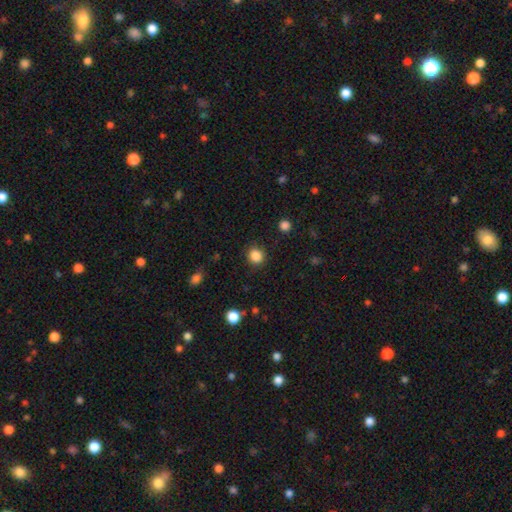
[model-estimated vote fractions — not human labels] Morphology: type=smooth (86%); roundness=round (87%); merging=none (89%).